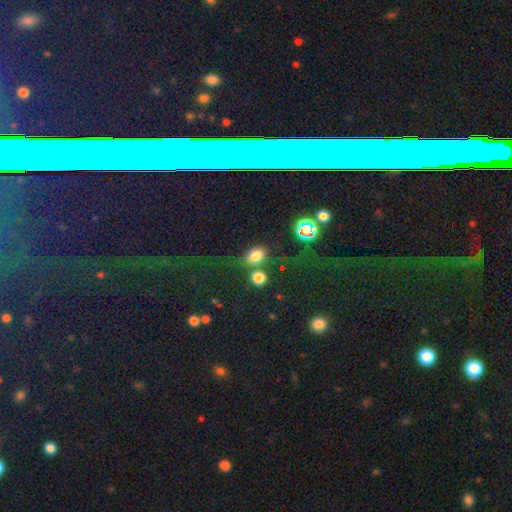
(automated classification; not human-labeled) Smooth or featured?
  - smooth: 77% *
  - star or artifact: 15%
  - featured or disk: 8%
How rounded?
  - in between: 65% *
  - round: 34%
  - cigar-shaped: 2%
Merging?
  - none: 62% *
  - merger: 19%
  - minor disturbance: 13%
  - major disturbance: 7%